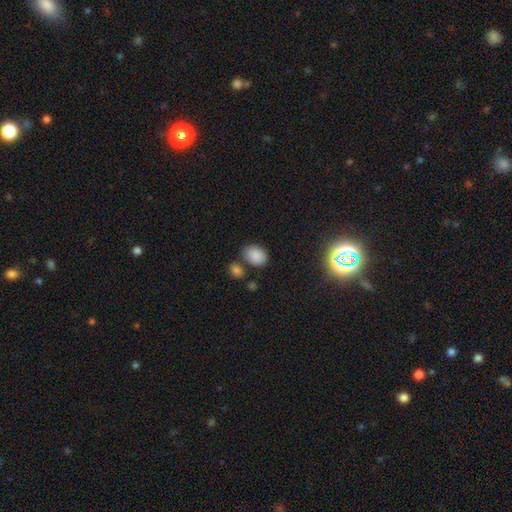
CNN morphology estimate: Overall: smooth (86%). How rounded: in between (76%). Merging: none (68%).